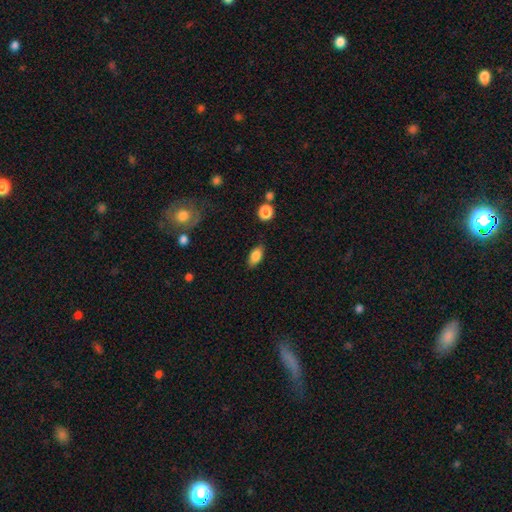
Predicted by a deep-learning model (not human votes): Morphology: type=smooth (83%); roundness=in between (88%); merging=none (83%).